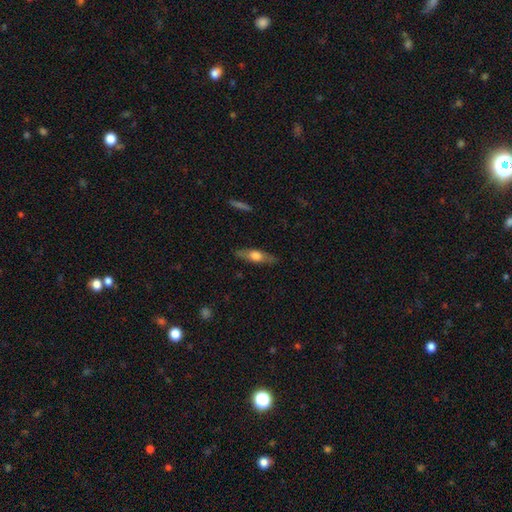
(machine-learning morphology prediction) Smooth or featured? smooth (49%)
Merging? none (84%)